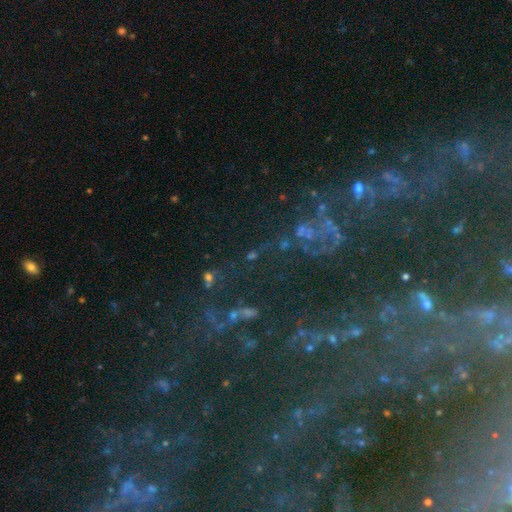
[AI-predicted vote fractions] Overall: star or artifact (64%; featured or disk 24%).